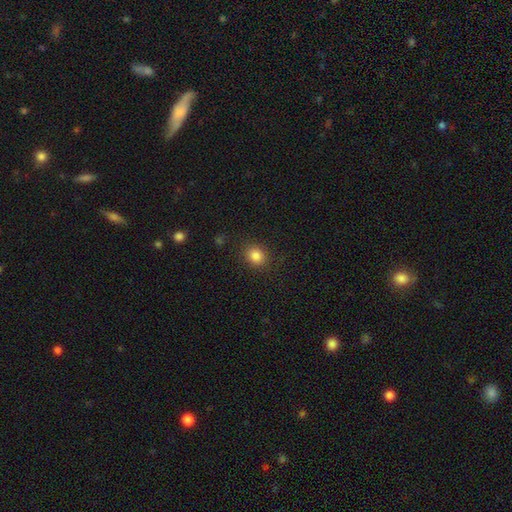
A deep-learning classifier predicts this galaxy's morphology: smooth 84%, star or artifact 11%, featured or disk 5%. Down the decision tree: how rounded — round (69%); merging — none (87%).